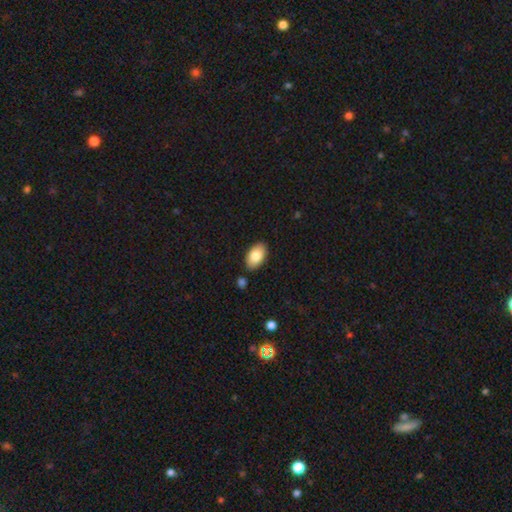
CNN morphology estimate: Smooth or featured: smooth — 84% (featured or disk — 9%)
How rounded: in between — 94% (round — 4%)
Merging: none — 85% (minor disturbance — 10%)